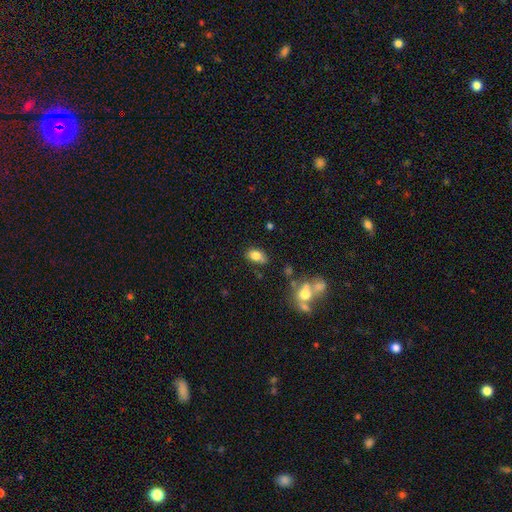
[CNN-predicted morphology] smooth-or-featured: smooth: 80% | featured or disk: 10% | star or artifact: 10%
  how-rounded: in between: 87% | round: 11% | cigar-shaped: 2%
  merging: none: 71% | minor disturbance: 19% | merger: 6% | major disturbance: 5%